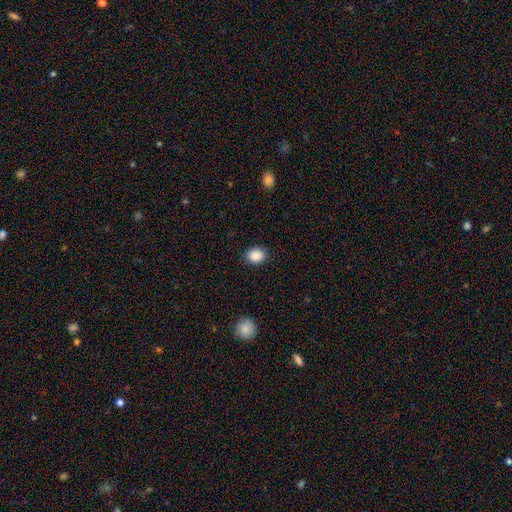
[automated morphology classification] This is clearly a smooth galaxy (89%). How rounded: possibly round (53%). Merging: clearly none (88%).